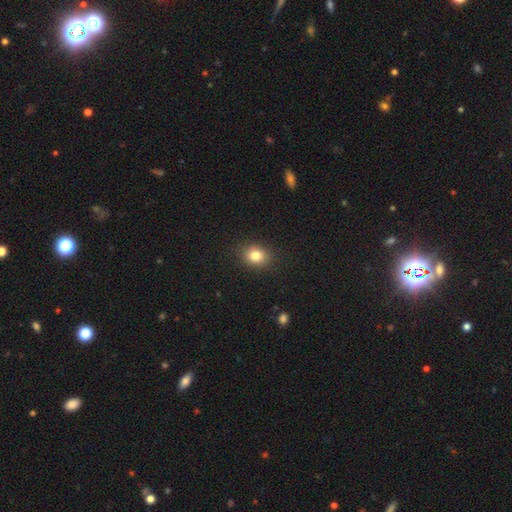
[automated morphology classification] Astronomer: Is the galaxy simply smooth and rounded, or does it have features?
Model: smooth — 82%.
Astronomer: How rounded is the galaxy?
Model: round — 57% (runner-up: in between, 42%).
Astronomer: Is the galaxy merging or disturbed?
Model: none — 88%.